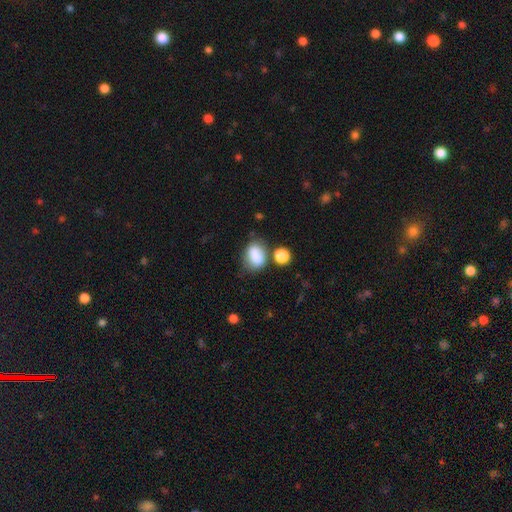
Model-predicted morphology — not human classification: smooth 80%, featured or disk 11%, star or artifact 10%. Down the decision tree: how rounded — in between (71%); merging — none (53%).